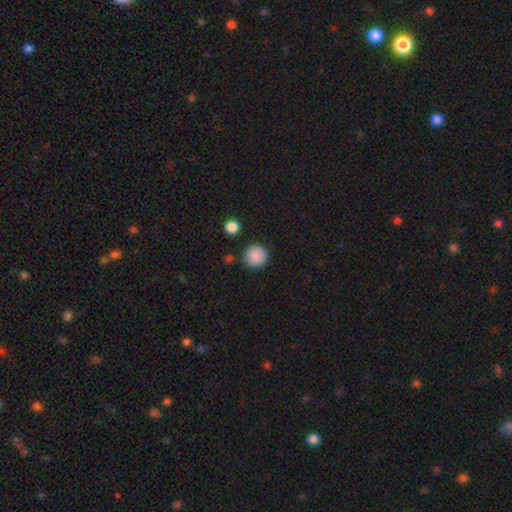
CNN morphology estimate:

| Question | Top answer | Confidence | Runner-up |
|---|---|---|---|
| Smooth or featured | smooth | 89% | star or artifact (9%) |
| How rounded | round | 94% | in between (5%) |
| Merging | none | 87% | minor disturbance (7%) |